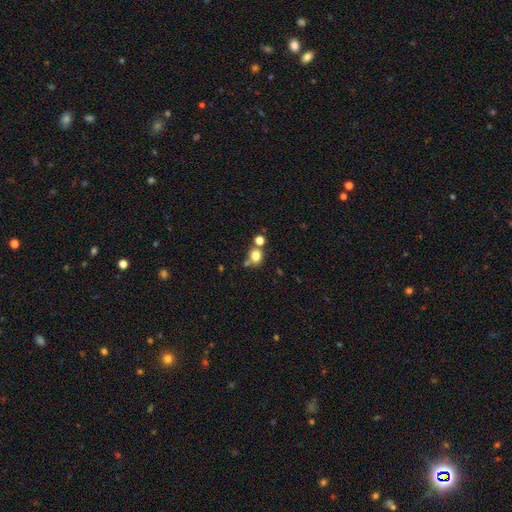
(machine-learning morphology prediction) Smooth or featured? smooth (79%)
How rounded? round (74%)
Merging? none (60%)